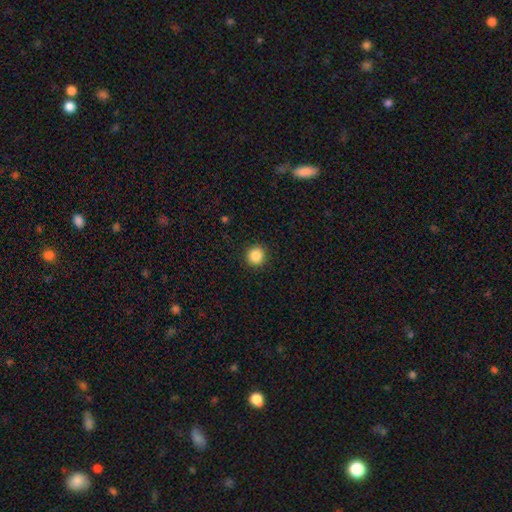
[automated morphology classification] This appears to be a smooth galaxy with no disk features (86%) that is round (93%). Merging: none (92%).